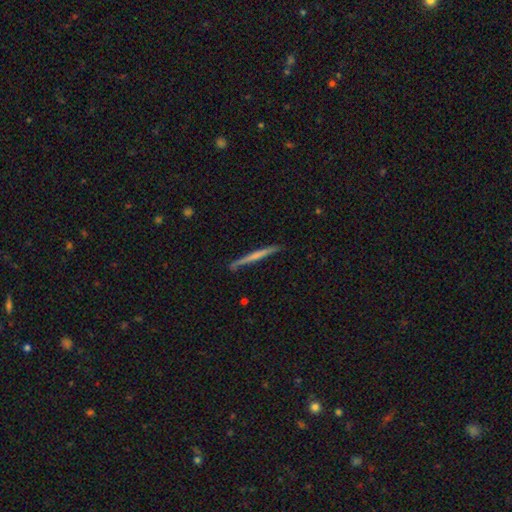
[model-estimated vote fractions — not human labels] A smooth galaxy with no disk features (48%).

Vote fractions:
- Smooth or featured? smooth: 48% / featured or disk: 47% / star or artifact: 5%
- Merging? none: 86% / minor disturbance: 11% / major disturbance: 2% / merger: 2%